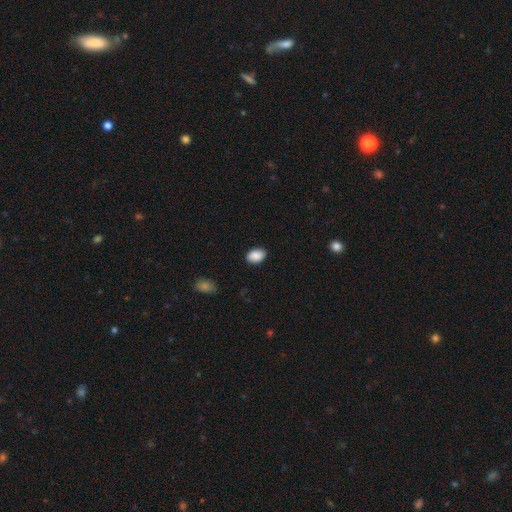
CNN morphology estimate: A smooth galaxy with no disk features (89%) that is in between round and cigar-shaped (87%).

Vote fractions:
- Smooth or featured? smooth: 89% / star or artifact: 7% / featured or disk: 4%
- How rounded? in between: 87% / round: 12% / cigar-shaped: 1%
- Merging? none: 87% / minor disturbance: 10% / major disturbance: 2% / merger: 1%